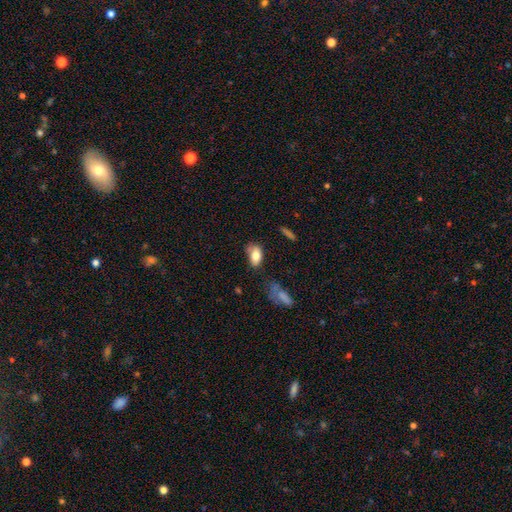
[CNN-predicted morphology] A smooth galaxy with no disk features (77%) that is in between round and cigar-shaped (89%).

Vote fractions:
- Smooth or featured? smooth: 77% / featured or disk: 15% / star or artifact: 8%
- How rounded? in between: 89% / round: 8% / cigar-shaped: 3%
- Merging? none: 52% / minor disturbance: 31% / major disturbance: 13% / merger: 5%